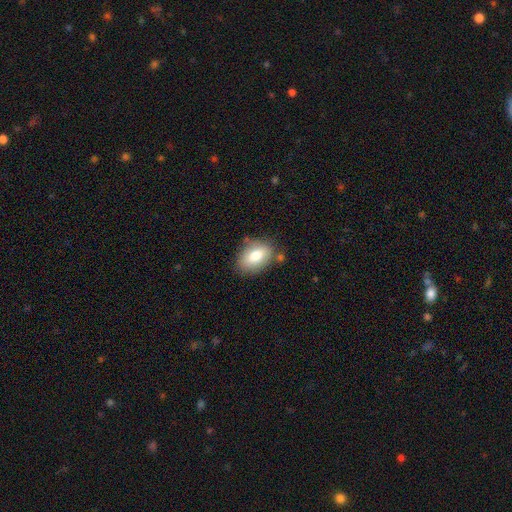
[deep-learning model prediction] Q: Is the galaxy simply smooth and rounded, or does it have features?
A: smooth — 79%.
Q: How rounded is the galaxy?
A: in between — 88%.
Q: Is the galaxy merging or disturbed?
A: none — 76%.